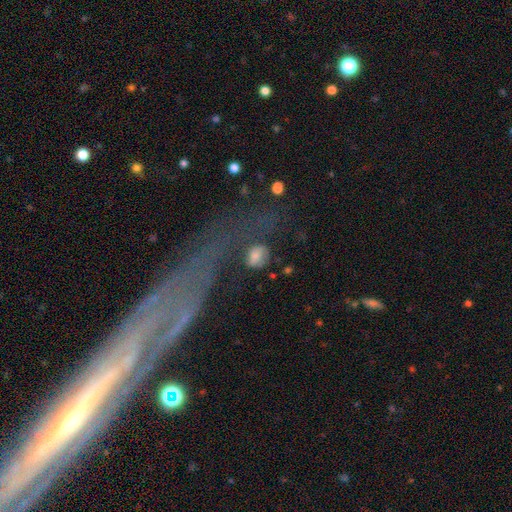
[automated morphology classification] smooth 67%, featured or disk 18%, star or artifact 15%. Down the decision tree: how rounded — round (57%); merging — none (49%).